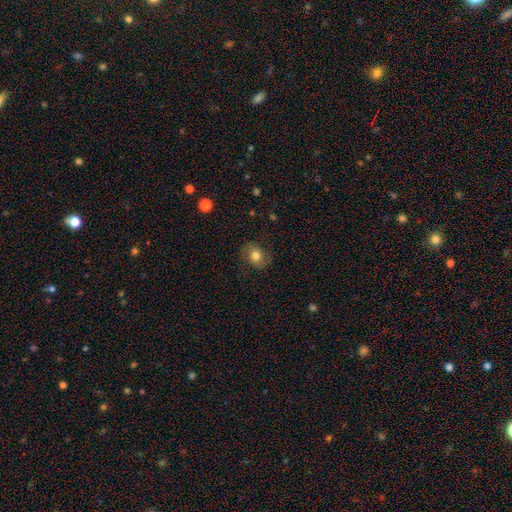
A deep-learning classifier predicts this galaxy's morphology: A smooth galaxy with no disk features (59%) that is round (50%). Merging: none (78%).